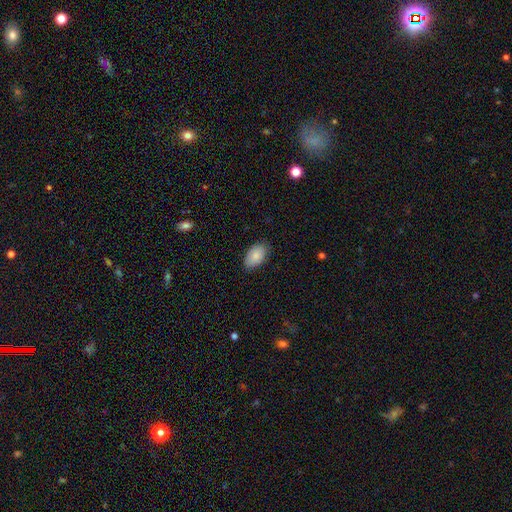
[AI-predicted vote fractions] Smooth or featured? smooth (85%)
How rounded? in between (93%)
Merging? none (81%)